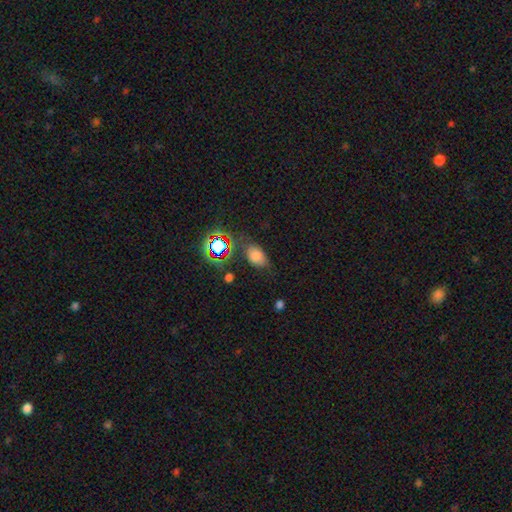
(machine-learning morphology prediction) This is likely a smooth galaxy (70%). How rounded: clearly in between (85%). Merging: likely none (64%).